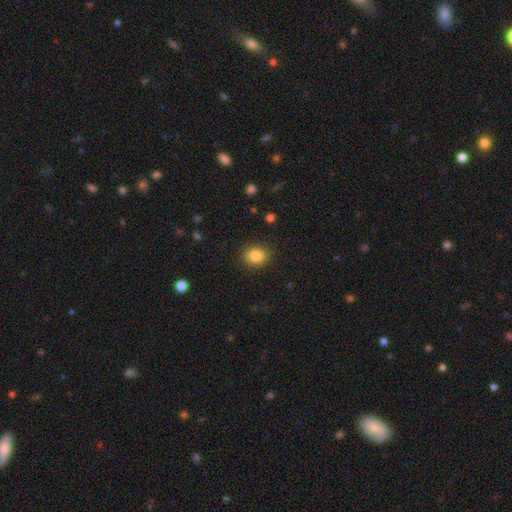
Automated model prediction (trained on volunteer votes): This appears to be a smooth galaxy with no disk features (85%) that is round (56%). Merging: none (88%).